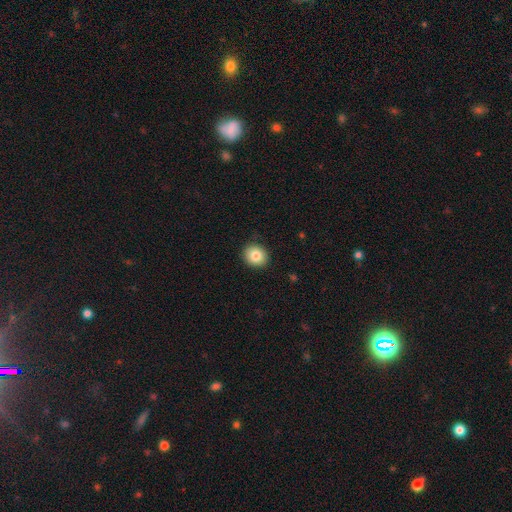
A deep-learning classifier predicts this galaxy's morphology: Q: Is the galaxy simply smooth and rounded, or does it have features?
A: smooth — 83%.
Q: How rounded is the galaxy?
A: round — 76%.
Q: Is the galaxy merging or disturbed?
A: none — 90%.